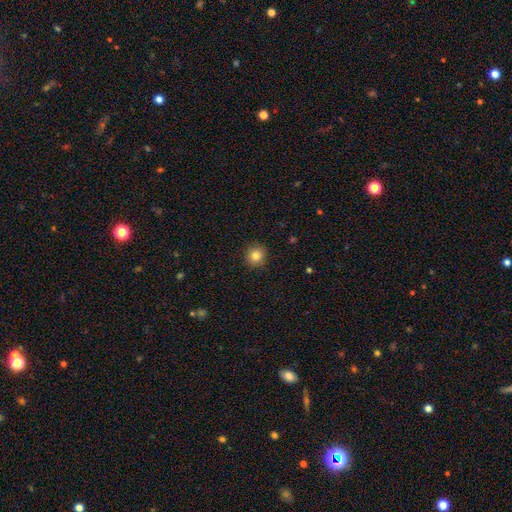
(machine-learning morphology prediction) Q: Smooth or featured?
A: smooth (83%); runner-up: star or artifact (11%)
Q: How rounded?
A: round (91%); runner-up: in between (8%)
Q: Merging?
A: none (91%); runner-up: minor disturbance (6%)